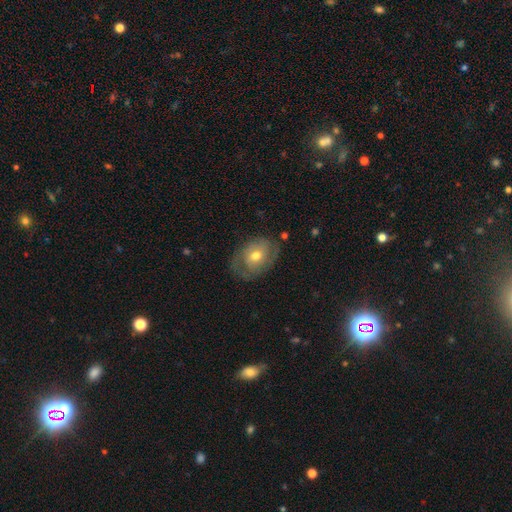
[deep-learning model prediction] Smooth or featured: featured or disk — 50% (smooth — 43%)
Merging: none — 66% (minor disturbance — 23%)